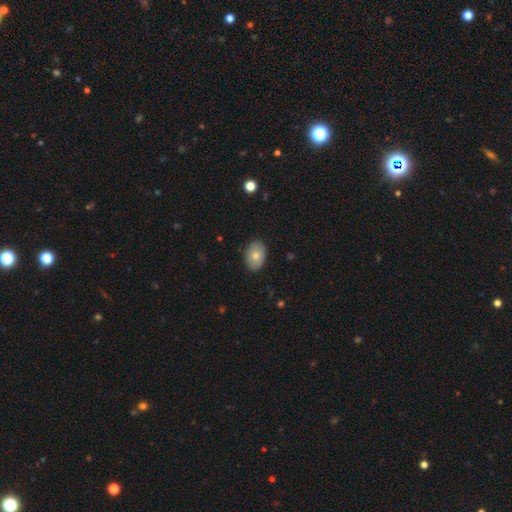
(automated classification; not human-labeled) smooth-or-featured: smooth: 77% | featured or disk: 17% | star or artifact: 7%
  how-rounded: in between: 85% | round: 14% | cigar-shaped: 1%
  merging: none: 87% | minor disturbance: 10% | major disturbance: 2% | merger: 1%